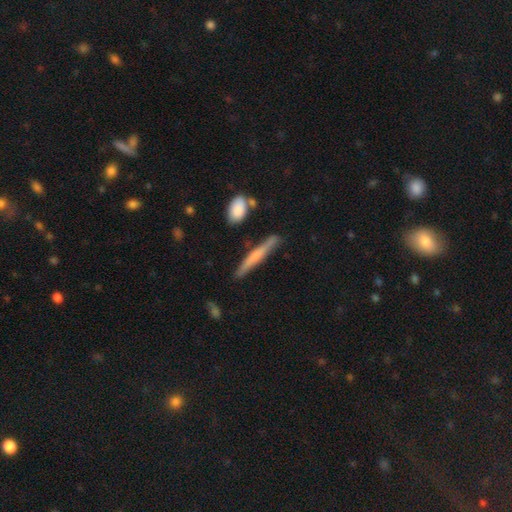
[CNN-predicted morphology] A smooth galaxy with no disk features (55%) that is cigar-shaped (94%). Merging: none (84%).